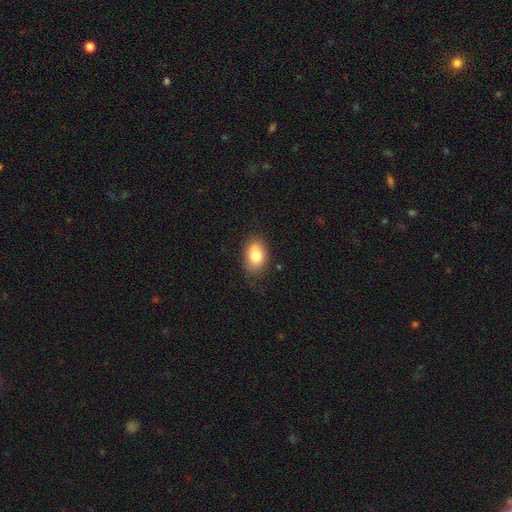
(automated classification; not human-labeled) Smooth or featured: smooth — 78% (featured or disk — 14%)
How rounded: in between — 82% (round — 16%)
Merging: none — 65% (minor disturbance — 23%)